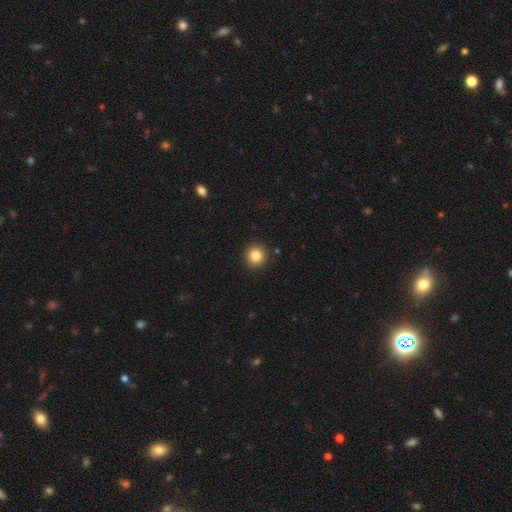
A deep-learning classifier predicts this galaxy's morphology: A smooth galaxy with no disk features (84%) that is round (93%). Merging: none (92%).